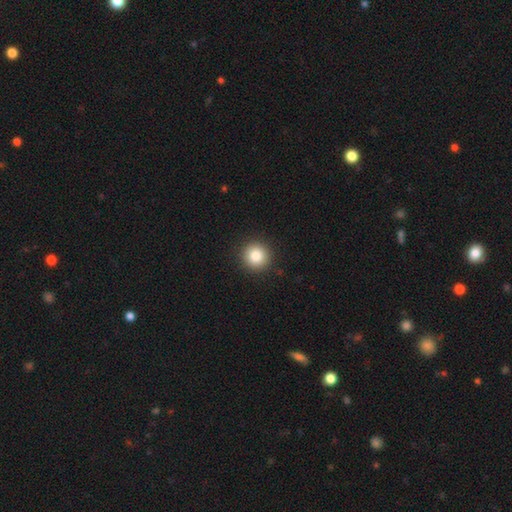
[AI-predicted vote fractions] Smooth or featured? smooth (85%)
How rounded? round (94%)
Merging? none (92%)